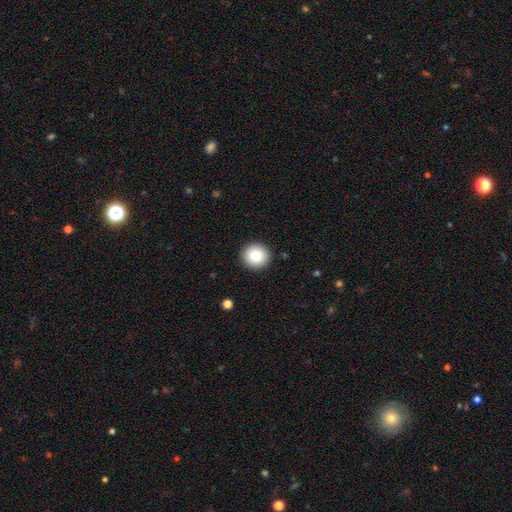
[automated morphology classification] The model was most divided on "smooth or featured": smooth: 86%, star or artifact: 8%, featured or disk: 5%. More confident: how rounded — round (92%); merging — none (92%).